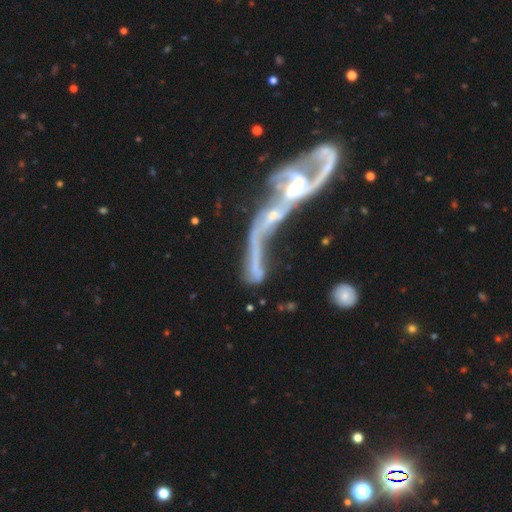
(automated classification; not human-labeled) Smooth or featured? Predicted: featured or disk (p=0.78). Edge-on disk? Predicted: no (p=0.85). Bar? Predicted: no (p=0.59). Spiral arms? Predicted: yes (p=0.75). Spiral winding? Predicted: loose (p=0.76). Spiral arm count? Predicted: 2 (p=0.58). Bulge size? Predicted: moderate (p=0.42). Merging? Predicted: merger (p=0.66).